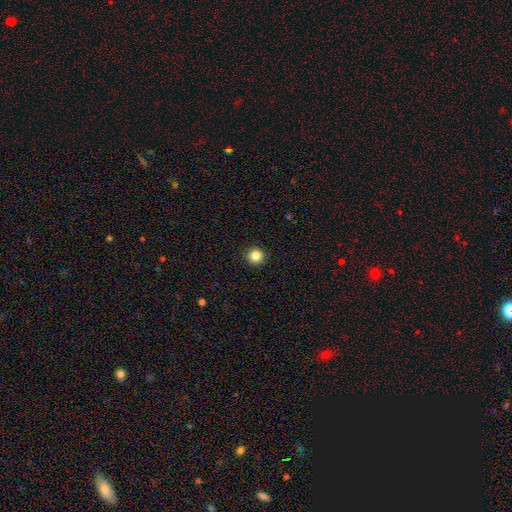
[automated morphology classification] type=smooth (84%); roundness=round (95%); merging=none (93%).